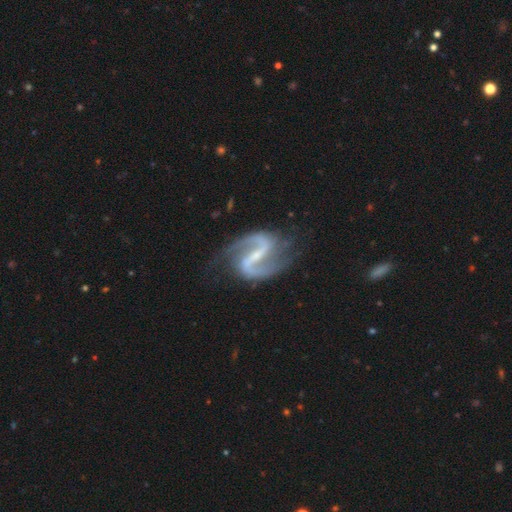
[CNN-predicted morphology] smooth-or-featured: featured or disk: 93% | star or artifact: 4% | smooth: 3%
  disk-edge-on: no: 98% | yes: 2%
    bar: strong: 58% | weak: 34% | no: 8%
    has-spiral-arms: yes: 98% | no: 2%
      spiral-winding: medium: 50% | loose: 40% | tight: 10%
      spiral-arm-count: 2: 94% | can't tell: 1% | 1: 1% | 3: 1% | 4: 1% | more than 4: 1%
    bulge-size: small: 61% | none: 20% | moderate: 17% | large: 1% | dominant: 1%
  merging: none: 76% | minor disturbance: 15% | major disturbance: 7% | merger: 2%